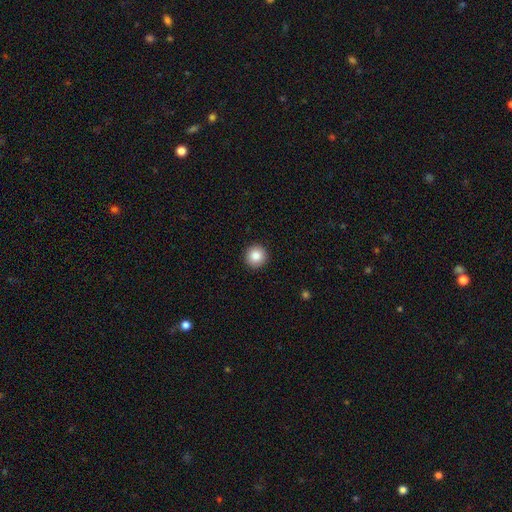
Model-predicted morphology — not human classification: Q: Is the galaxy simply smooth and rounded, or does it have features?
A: smooth — 87%.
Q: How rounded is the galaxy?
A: round — 95%.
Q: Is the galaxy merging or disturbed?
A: none — 93%.